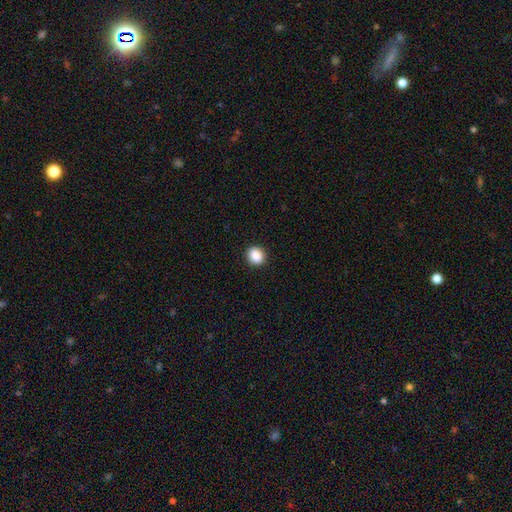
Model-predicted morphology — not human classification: Q: Smooth or featured?
A: smooth (88%); runner-up: star or artifact (9%)
Q: How rounded?
A: round (86%); runner-up: in between (13%)
Q: Merging?
A: none (92%); runner-up: minor disturbance (5%)